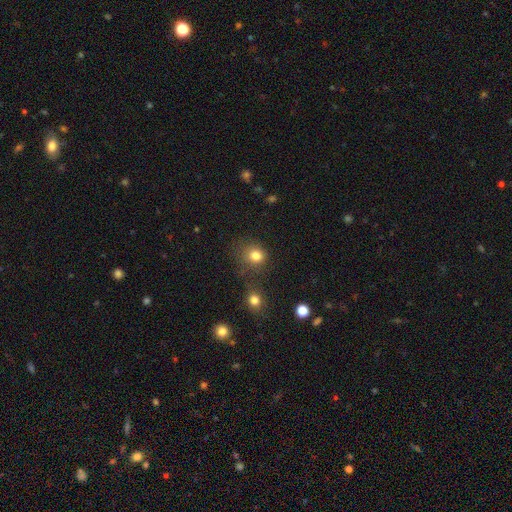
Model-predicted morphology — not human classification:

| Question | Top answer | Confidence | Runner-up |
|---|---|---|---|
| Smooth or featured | smooth | 80% | star or artifact (14%) |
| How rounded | round | 79% | in between (20%) |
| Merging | none | 70% | minor disturbance (14%) |